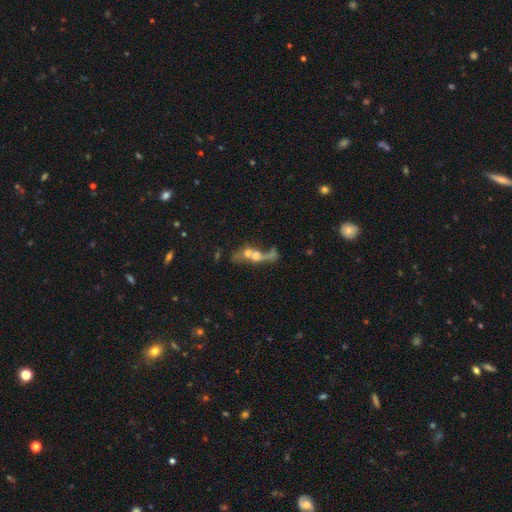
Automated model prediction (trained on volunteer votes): Smooth or featured: featured or disk — 46% (smooth — 34%)
Merging: merger — 55% (none — 24%)